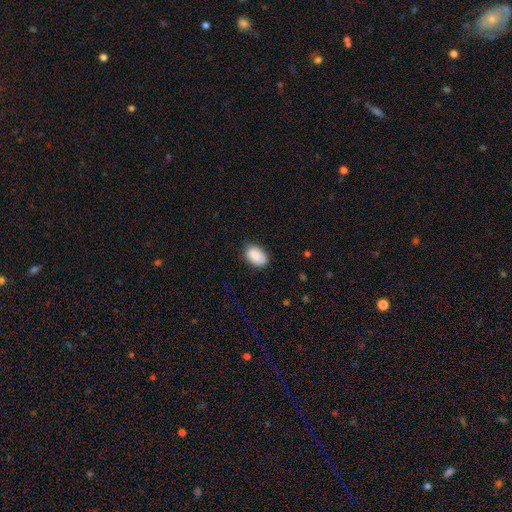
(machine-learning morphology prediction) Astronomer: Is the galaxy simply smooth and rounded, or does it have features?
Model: smooth — 89%.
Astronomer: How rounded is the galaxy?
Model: in between — 89%.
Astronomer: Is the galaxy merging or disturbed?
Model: none — 82%.